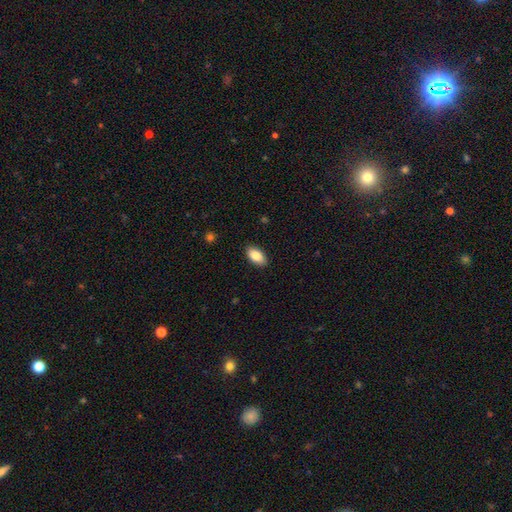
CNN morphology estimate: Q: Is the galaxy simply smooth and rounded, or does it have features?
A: smooth — 84%.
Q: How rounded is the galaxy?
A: in between — 93%.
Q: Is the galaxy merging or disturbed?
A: none — 89%.